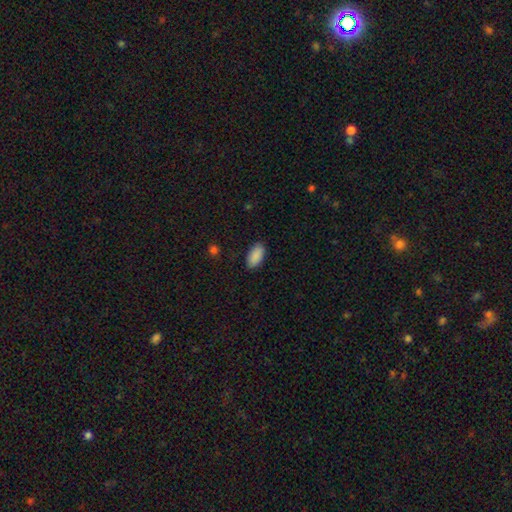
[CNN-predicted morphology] Smooth or featured? Predicted: smooth (p=0.90). How rounded? Predicted: in between (p=0.94). Merging? Predicted: none (p=0.87).